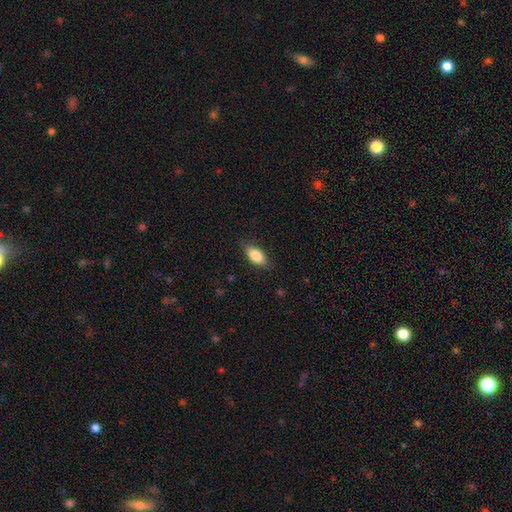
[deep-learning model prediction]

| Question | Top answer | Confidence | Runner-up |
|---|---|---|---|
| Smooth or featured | smooth | 84% | featured or disk (9%) |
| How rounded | in between | 88% | cigar-shaped (8%) |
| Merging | none | 80% | minor disturbance (16%) |